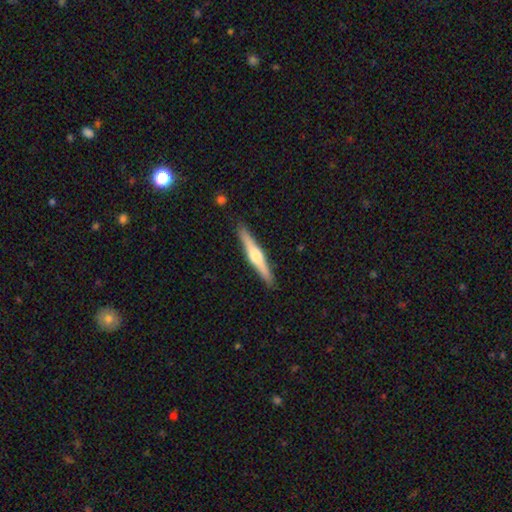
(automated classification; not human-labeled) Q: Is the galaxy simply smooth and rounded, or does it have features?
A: featured or disk — 67%.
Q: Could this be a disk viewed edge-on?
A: yes — 98%.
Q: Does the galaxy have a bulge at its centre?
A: rounded — 92%.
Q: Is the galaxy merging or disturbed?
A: none — 90%.